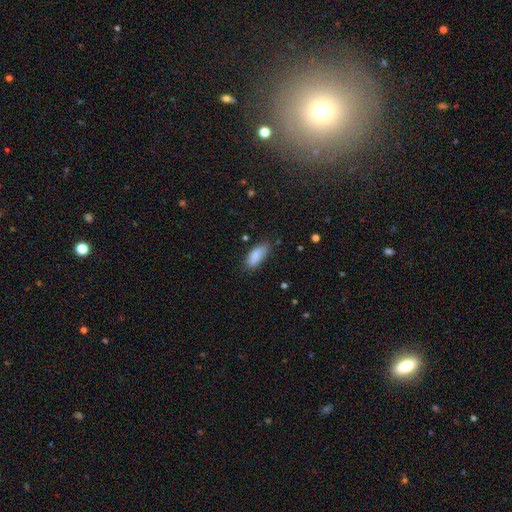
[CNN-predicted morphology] smooth 87%, star or artifact 7%, featured or disk 6%. Down the decision tree: how rounded — in between (82%); merging — none (77%).